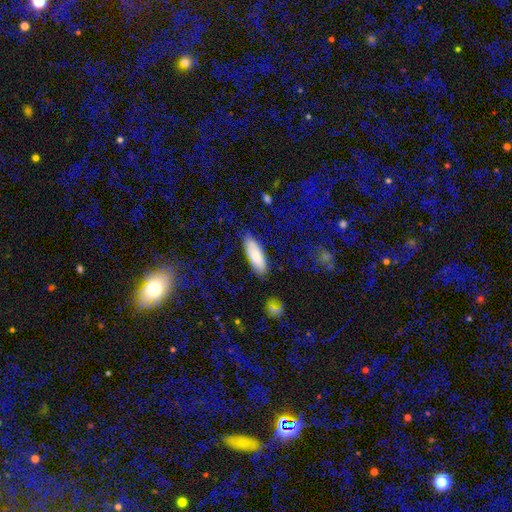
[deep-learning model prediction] Overall: smooth (74%). How rounded: in between (63%; cigar-shaped 35%). Merging: none (81%).